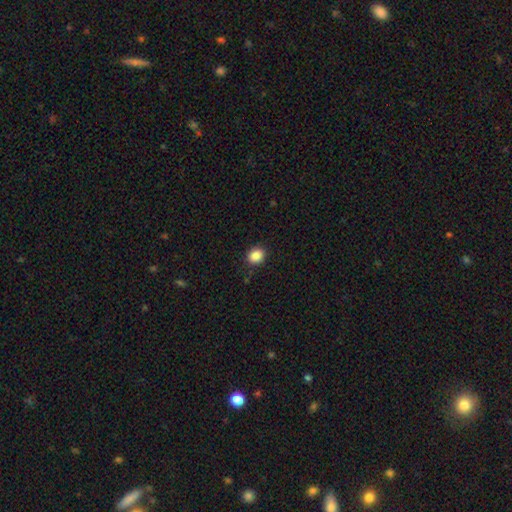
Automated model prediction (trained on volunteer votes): Morphology: type=smooth (88%); roundness=round (59%); merging=none (88%).